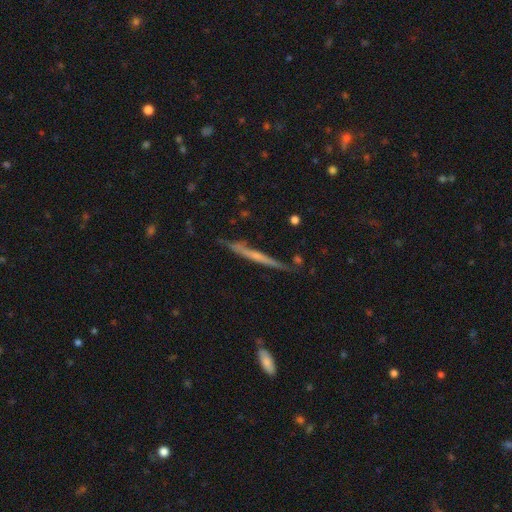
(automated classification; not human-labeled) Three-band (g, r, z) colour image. It shows a featured or disk galaxy (61%) viewed edge-on (95%) with no central bulge (64%). Merging: none (80%).